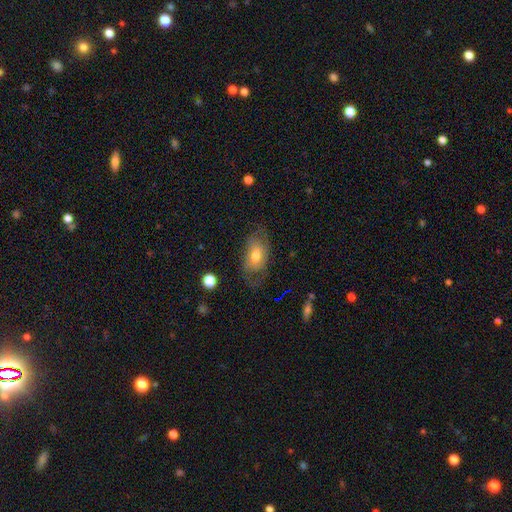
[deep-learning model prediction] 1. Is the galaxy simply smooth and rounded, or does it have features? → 51% smooth, 41% featured or disk, 8% star or artifact.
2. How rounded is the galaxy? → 88% in between, 9% round, 3% cigar-shaped.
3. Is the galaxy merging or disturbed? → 58% none, 24% minor disturbance, 16% major disturbance, 2% merger.